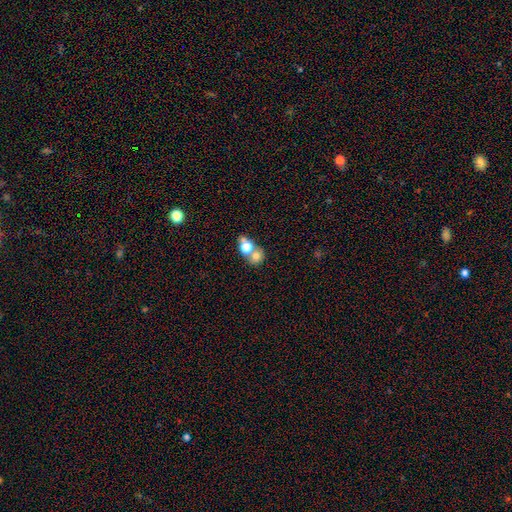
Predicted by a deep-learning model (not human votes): Smooth or featured? smooth (71%)
How rounded? round (65%)
Merging? merger (58%)